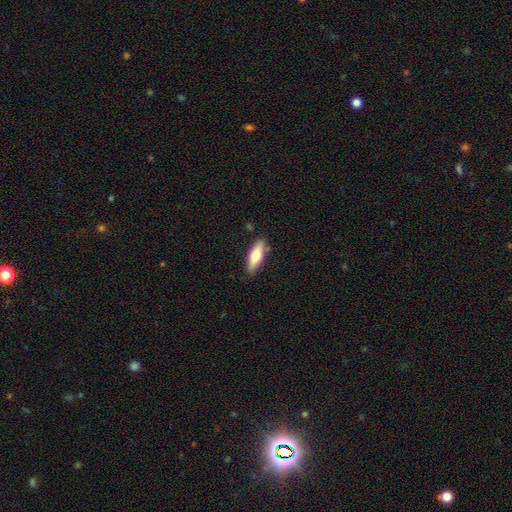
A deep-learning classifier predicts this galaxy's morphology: Q: Smooth or featured?
A: smooth (58%); runner-up: featured or disk (36%)
Q: How rounded?
A: in between (55%); runner-up: cigar-shaped (42%)
Q: Merging?
A: none (85%); runner-up: minor disturbance (11%)